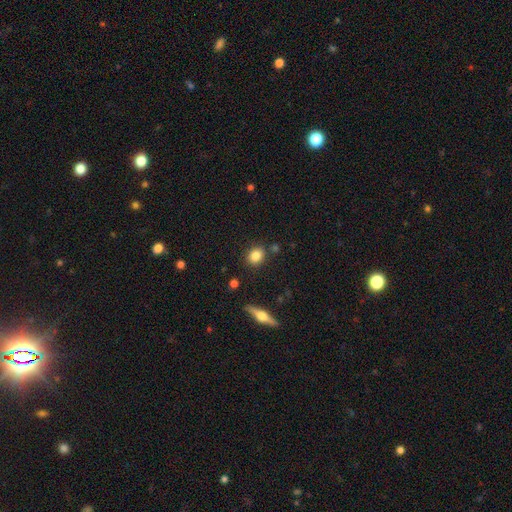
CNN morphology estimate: Smooth or featured?
  - smooth: 82% *
  - featured or disk: 9%
  - star or artifact: 8%
How rounded?
  - round: 51% *
  - in between: 46%
  - cigar-shaped: 3%
Merging?
  - none: 84% *
  - minor disturbance: 9%
  - merger: 4%
  - major disturbance: 2%